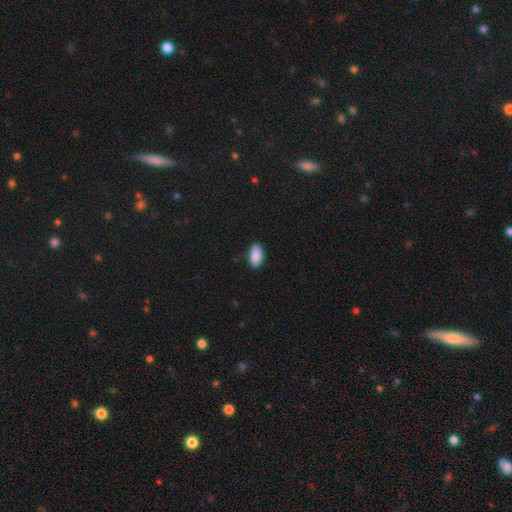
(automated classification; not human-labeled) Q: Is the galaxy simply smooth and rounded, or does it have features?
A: smooth — 88%.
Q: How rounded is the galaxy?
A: in between — 91%.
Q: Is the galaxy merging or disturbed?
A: none — 85%.